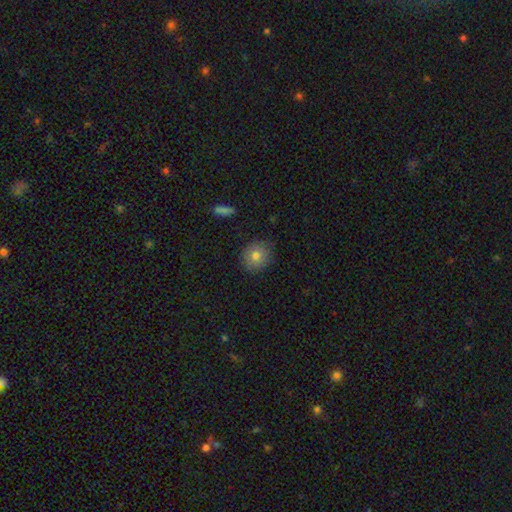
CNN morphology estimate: smooth 79%, featured or disk 12%, star or artifact 9%. Down the decision tree: how rounded — round (79%); merging — none (85%).